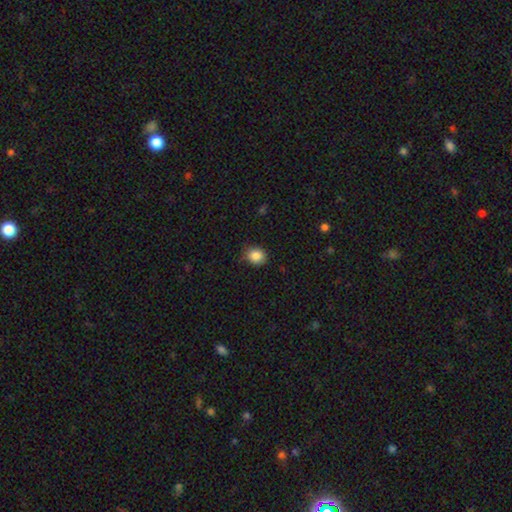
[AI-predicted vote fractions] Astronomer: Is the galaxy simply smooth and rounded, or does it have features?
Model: smooth — 86%.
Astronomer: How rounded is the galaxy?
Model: round — 70%.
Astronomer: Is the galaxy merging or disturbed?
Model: none — 76%.